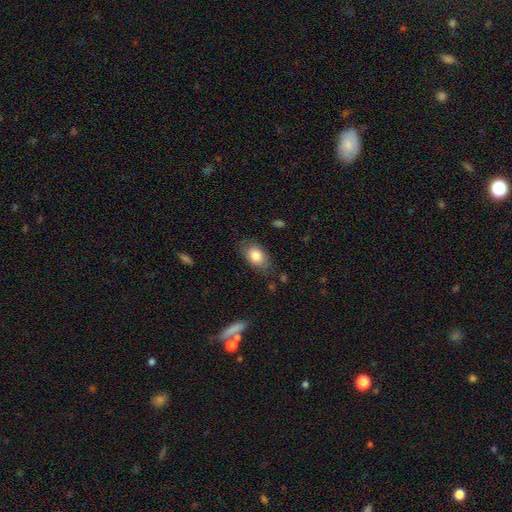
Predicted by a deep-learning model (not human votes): Smooth or featured? Predicted: smooth (p=0.81). How rounded? Predicted: in between (p=0.89). Merging? Predicted: none (p=0.76).